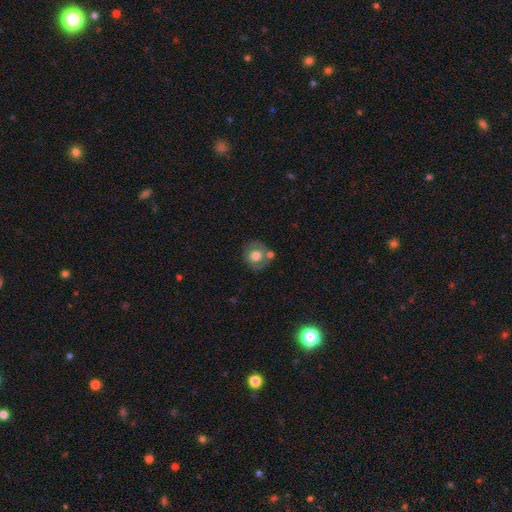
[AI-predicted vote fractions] Smooth or featured? smooth (64%)
How rounded? round (85%)
Merging? none (68%)